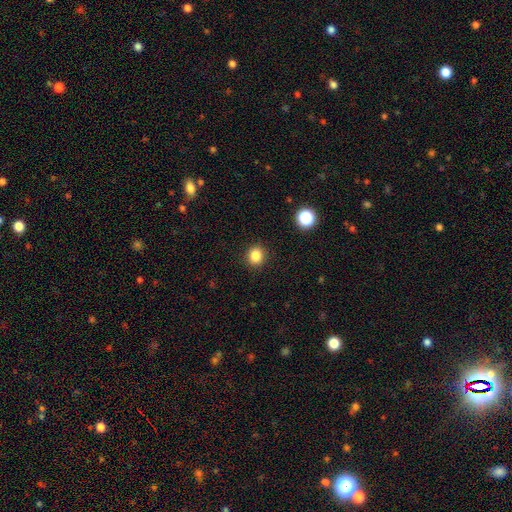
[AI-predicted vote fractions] Smooth or featured: smooth — 84% (star or artifact — 12%)
How rounded: round — 82% (in between — 17%)
Merging: none — 91% (minor disturbance — 6%)